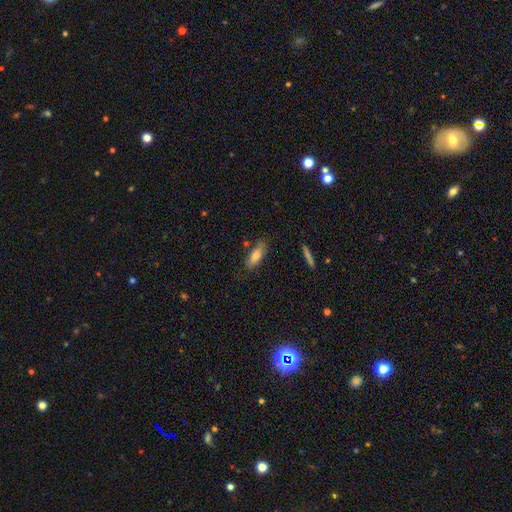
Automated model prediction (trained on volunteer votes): Smooth or featured? Predicted: smooth (p=0.76). How rounded? Predicted: in between (p=0.62). Merging? Predicted: none (p=0.76).